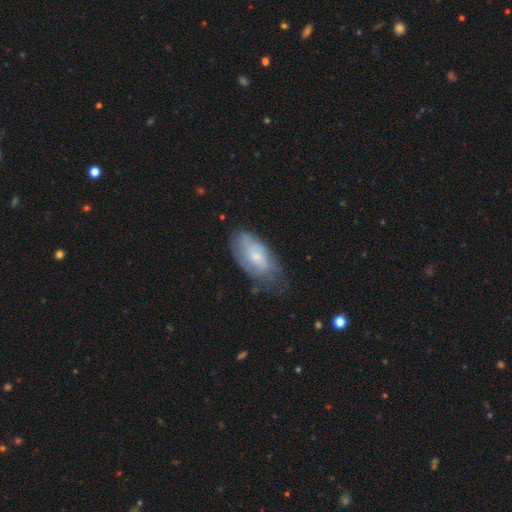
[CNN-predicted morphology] The model was most divided on "smooth or featured": smooth: 48%, featured or disk: 45%, star or artifact: 7%. More confident: merging — none (55%).